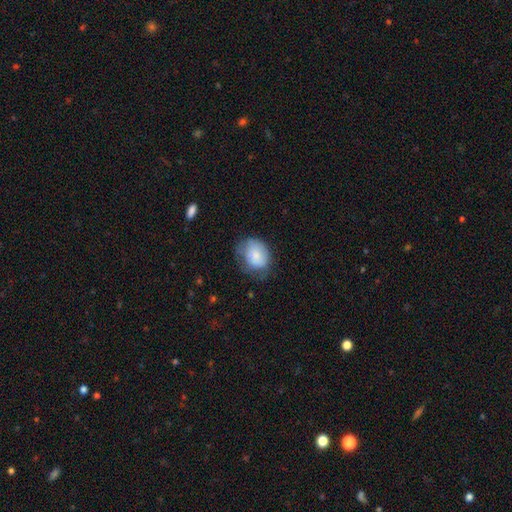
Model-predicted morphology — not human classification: smooth_or_featured: smooth (p=0.78) [alt: featured or disk p=0.14]
how_rounded: in between (p=0.54) [alt: round p=0.45]
merging: none (p=0.49) [alt: minor disturbance p=0.33]